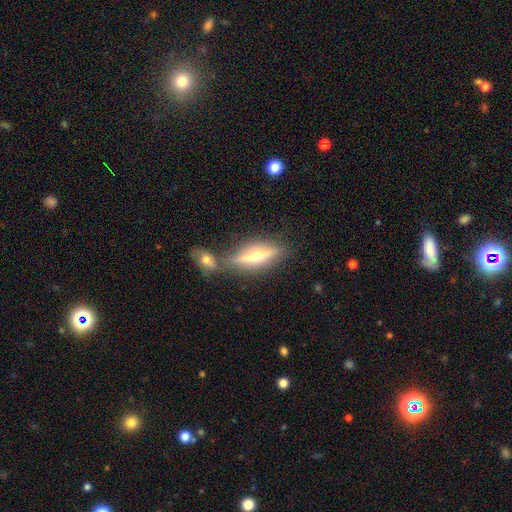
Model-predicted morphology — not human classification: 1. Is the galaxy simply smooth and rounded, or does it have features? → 65% featured or disk, 28% smooth, 7% star or artifact.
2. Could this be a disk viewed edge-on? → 90% yes, 10% no.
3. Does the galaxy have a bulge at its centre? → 94% rounded, 3% none, 3% boxy.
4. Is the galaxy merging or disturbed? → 67% none, 17% merger, 11% minor disturbance, 4% major disturbance.